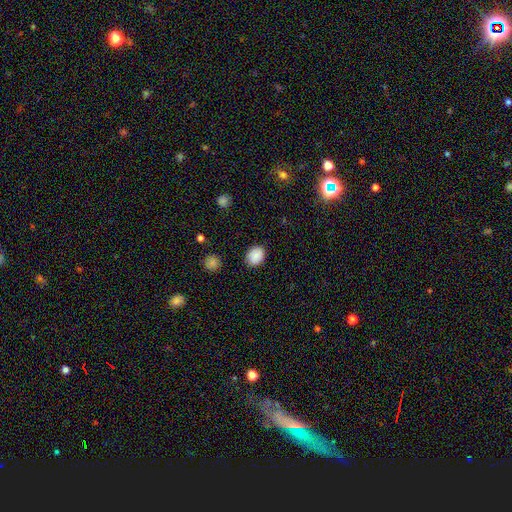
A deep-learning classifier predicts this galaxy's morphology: A smooth galaxy with no disk features (87%) that is in between round and cigar-shaped (50%).

Vote fractions:
- Smooth or featured? smooth: 87% / star or artifact: 9% / featured or disk: 4%
- How rounded? in between: 50% / round: 49% / cigar-shaped: 1%
- Merging? none: 86% / minor disturbance: 11% / major disturbance: 3% / merger: 1%